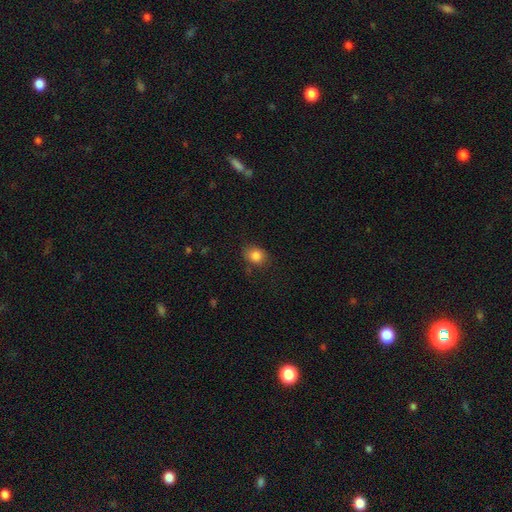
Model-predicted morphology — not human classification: Smooth or featured?
  - smooth: 84% *
  - star or artifact: 10%
  - featured or disk: 7%
How rounded?
  - in between: 52% *
  - round: 47%
  - cigar-shaped: 1%
Merging?
  - none: 74% *
  - minor disturbance: 19%
  - major disturbance: 5%
  - merger: 2%